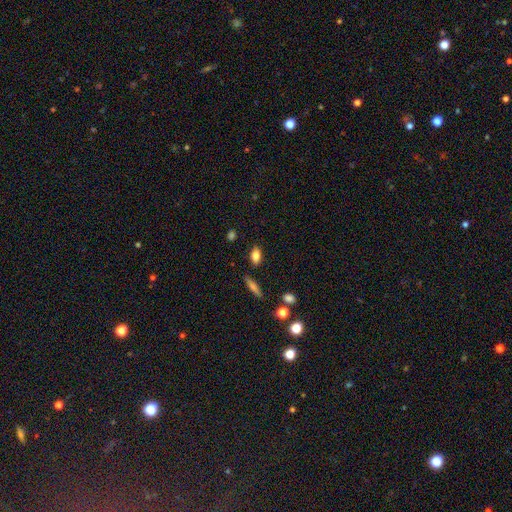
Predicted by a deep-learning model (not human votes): smooth 77%, featured or disk 13%, star or artifact 9%. Down the decision tree: how rounded — in between (82%); merging — none (84%).